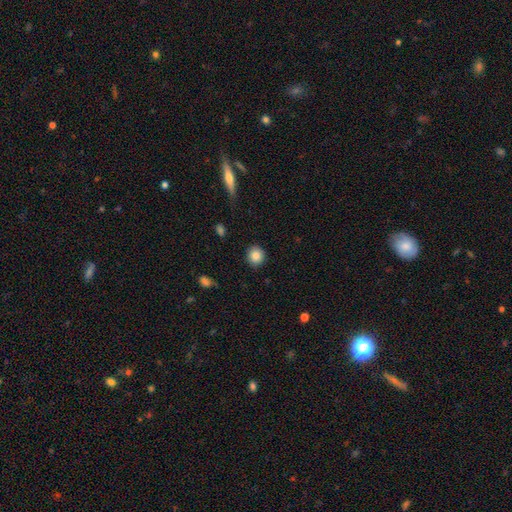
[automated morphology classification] This appears to be a smooth galaxy with no disk features (86%) that is round (85%). Merging: none (89%).